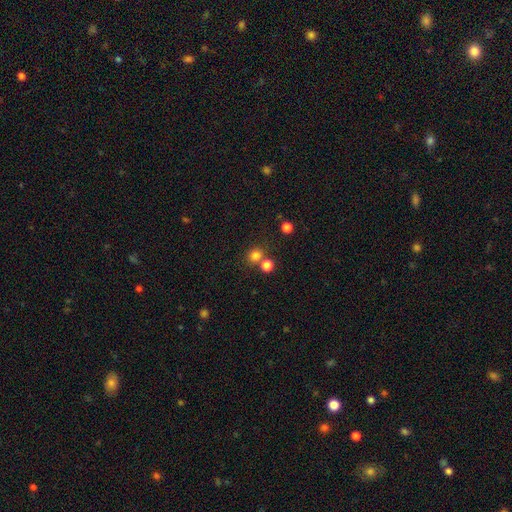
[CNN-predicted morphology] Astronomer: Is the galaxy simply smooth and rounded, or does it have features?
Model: smooth — 78%.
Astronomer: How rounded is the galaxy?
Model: round — 85%.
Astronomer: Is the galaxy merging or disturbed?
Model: none — 65%.